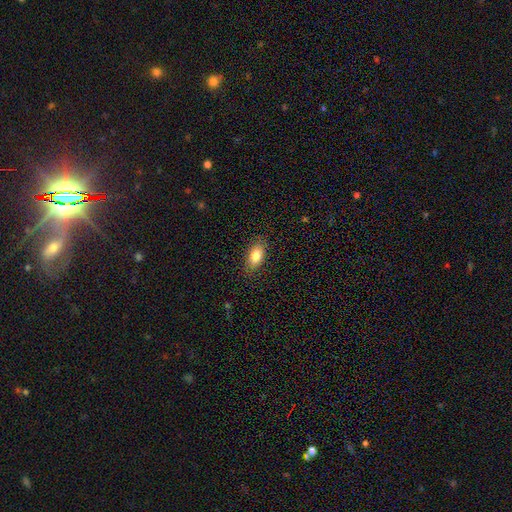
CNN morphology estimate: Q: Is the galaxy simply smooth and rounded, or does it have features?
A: smooth — 81%.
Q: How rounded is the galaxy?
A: in between — 88%.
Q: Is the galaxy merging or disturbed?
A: none — 86%.